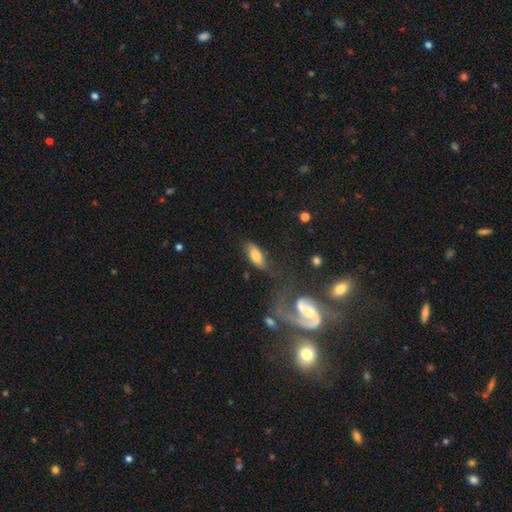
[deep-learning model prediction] Q: Smooth or featured?
A: smooth (73%); runner-up: featured or disk (20%)
Q: How rounded?
A: in between (82%); runner-up: cigar-shaped (15%)
Q: Merging?
A: none (64%); runner-up: minor disturbance (21%)